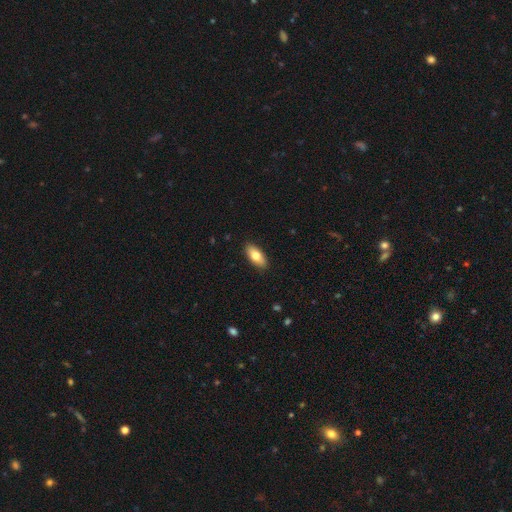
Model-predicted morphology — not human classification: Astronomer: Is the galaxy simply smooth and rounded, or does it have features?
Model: smooth — 76%.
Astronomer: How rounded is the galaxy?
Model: in between — 85%.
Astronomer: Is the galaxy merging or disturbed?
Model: none — 89%.